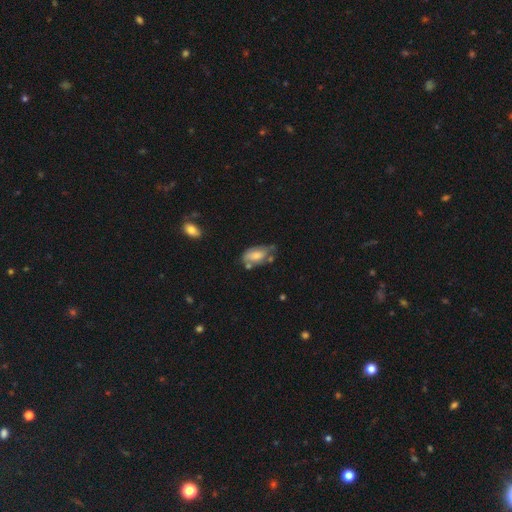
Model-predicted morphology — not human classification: The model was most divided on "merging": none: 38%, minor disturbance: 34%, major disturbance: 15%, merger: 12%. More confident: how rounded — in between (91%); smooth or featured — smooth (63%).